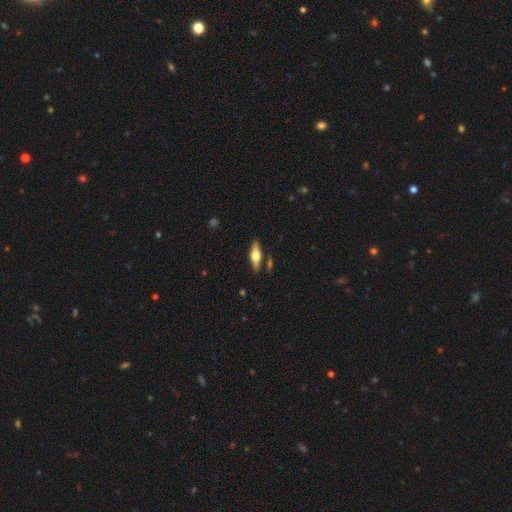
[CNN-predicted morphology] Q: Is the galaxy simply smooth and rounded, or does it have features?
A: featured or disk — 51%.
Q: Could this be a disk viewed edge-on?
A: yes — 90%.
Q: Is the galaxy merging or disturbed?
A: none — 83%.